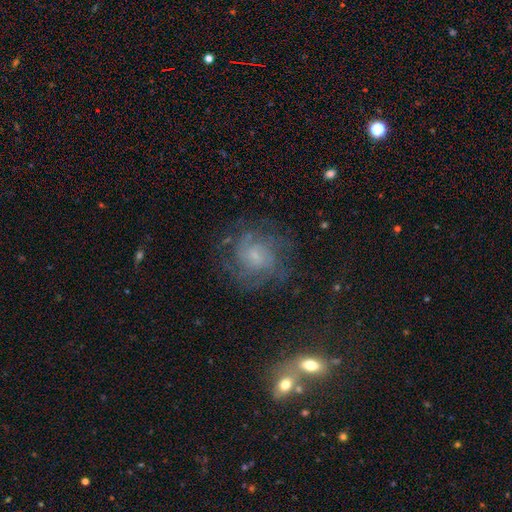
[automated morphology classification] Smooth or featured?
  - featured or disk: 66% *
  - smooth: 20%
  - star or artifact: 14%
Edge-on disk?
  - no: 97% *
  - yes: 3%
Bar?
  - no: 60% *
  - weak: 34%
  - strong: 5%
Spiral arms?
  - yes: 88% *
  - no: 12%
Spiral winding?
  - tight: 51% *
  - medium: 37%
  - loose: 12%
Spiral arm count?
  - can't tell: 46% *
  - 2: 17%
  - 3: 16%
  - 4: 10%
  - more than 4: 6%
  - 1: 6%
Bulge size?
  - small: 56% *
  - moderate: 24%
  - none: 15%
  - large: 4%
  - dominant: 1%
Merging?
  - none: 72% *
  - minor disturbance: 15%
  - major disturbance: 11%
  - merger: 2%